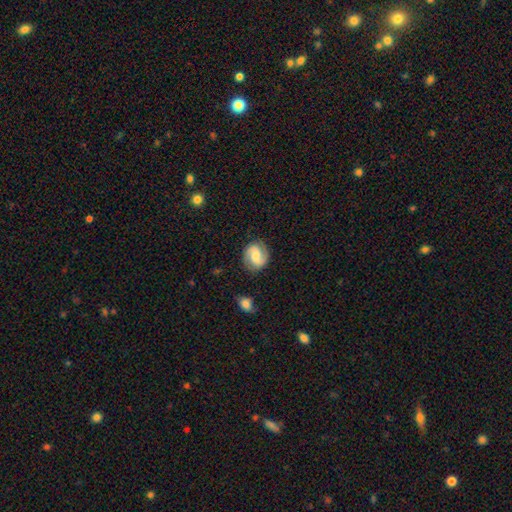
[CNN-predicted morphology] Smooth or featured: featured or disk — 67% (smooth — 27%)
Edge-on disk: no — 98% (yes — 2%)
Bar: weak — 46% (no — 38%)
Spiral arms: yes — 93% (no — 7%)
Spiral winding: medium — 46% (loose — 29%)
Spiral arm count: 2 — 90% (can't tell — 5%)
Bulge size: moderate — 55% (small — 30%)
Merging: none — 83% (minor disturbance — 12%)